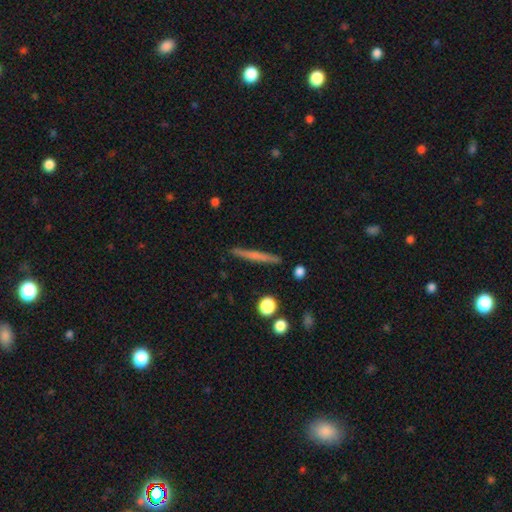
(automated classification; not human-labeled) A smooth galaxy with no disk features (53%) that is cigar-shaped (94%). Merging: none (89%).